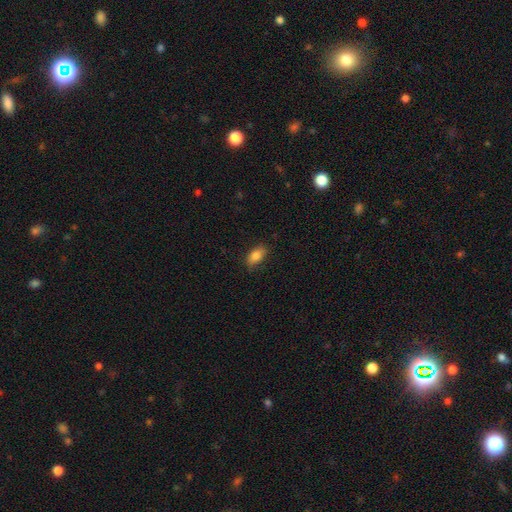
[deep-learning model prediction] Smooth or featured? smooth (83%)
How rounded? in between (89%)
Merging? none (81%)